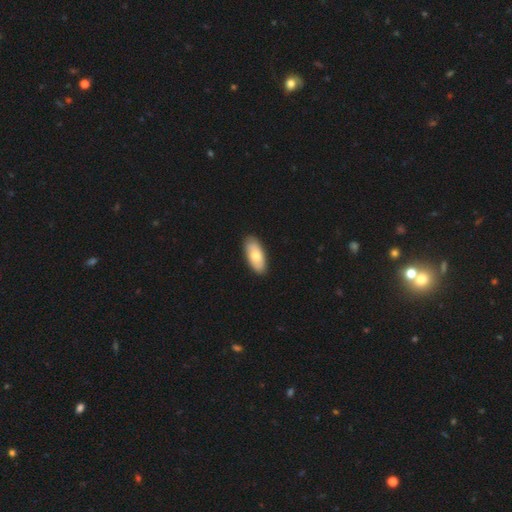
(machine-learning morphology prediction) This appears to be a smooth galaxy with no disk features (71%) that is in between round and cigar-shaped (88%). Merging: none (88%).